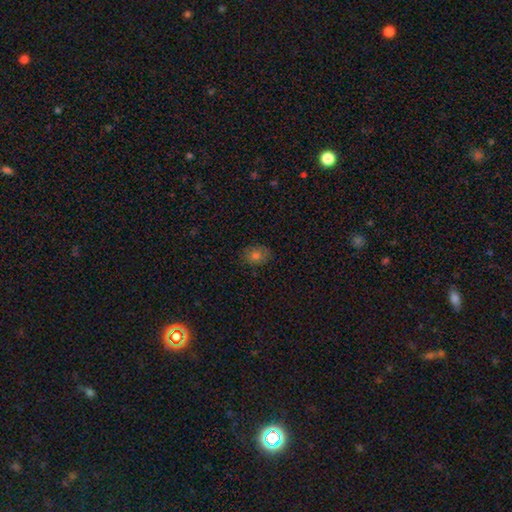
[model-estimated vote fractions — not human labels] Smooth or featured? Predicted: smooth (p=0.70). How rounded? Predicted: in between (p=0.56). Merging? Predicted: none (p=0.82).